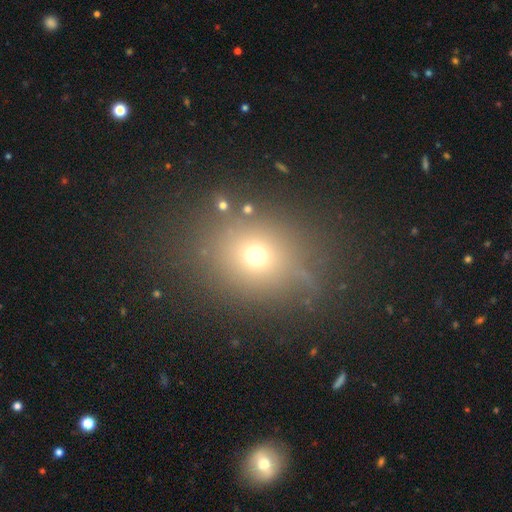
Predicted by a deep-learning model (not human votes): A smooth galaxy with no disk features (64%) that is round (67%). Merging: none (77%).